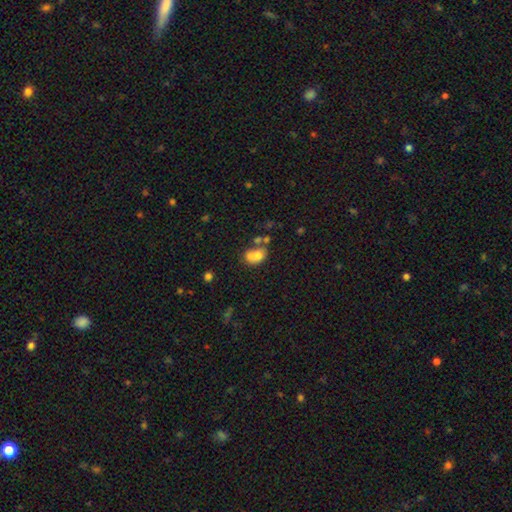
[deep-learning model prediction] Smooth or featured? smooth (69%)
How rounded? in between (65%)
Merging? merger (49%)